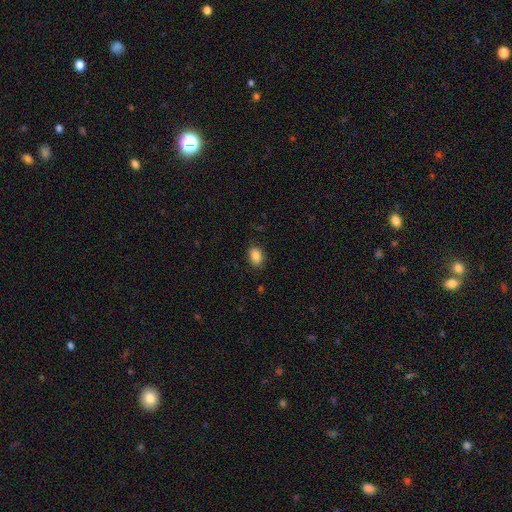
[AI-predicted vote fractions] Smooth or featured?
  - smooth: 86% *
  - star or artifact: 9%
  - featured or disk: 6%
How rounded?
  - in between: 78% *
  - round: 21%
  - cigar-shaped: 1%
Merging?
  - none: 85% *
  - minor disturbance: 12%
  - major disturbance: 3%
  - merger: 1%